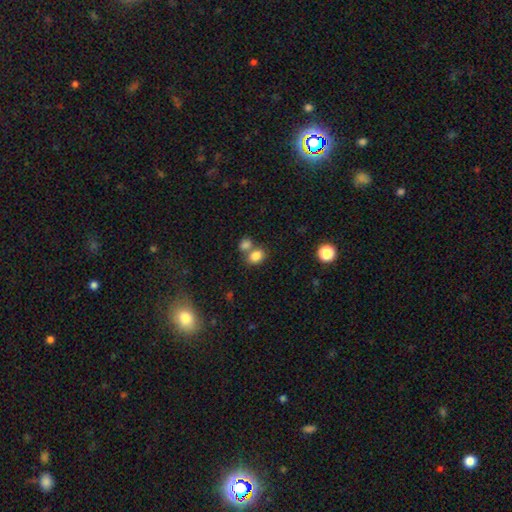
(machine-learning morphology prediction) This appears to be a smooth galaxy with no disk features (82%) that is in between round and cigar-shaped (63%). Merging: none (46%).